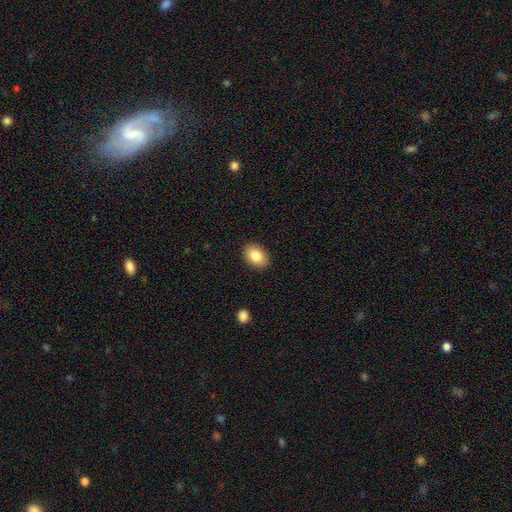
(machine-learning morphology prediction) A smooth galaxy with no disk features (84%) that is in between round and cigar-shaped (80%). Merging: none (89%).